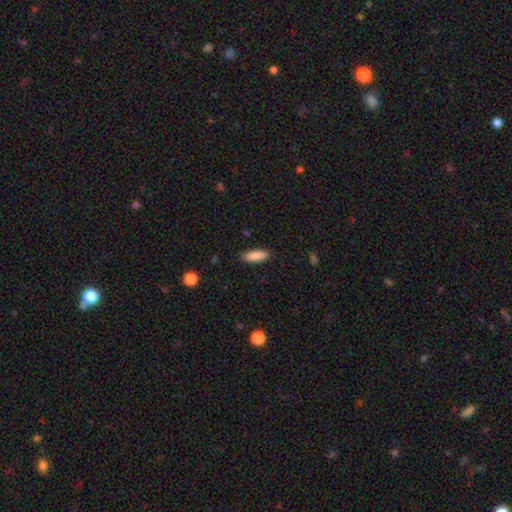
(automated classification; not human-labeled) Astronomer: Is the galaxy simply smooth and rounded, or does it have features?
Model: smooth — 88%.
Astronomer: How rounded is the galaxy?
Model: in between — 61% (runner-up: cigar-shaped, 37%).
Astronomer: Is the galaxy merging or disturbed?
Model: none — 88%.